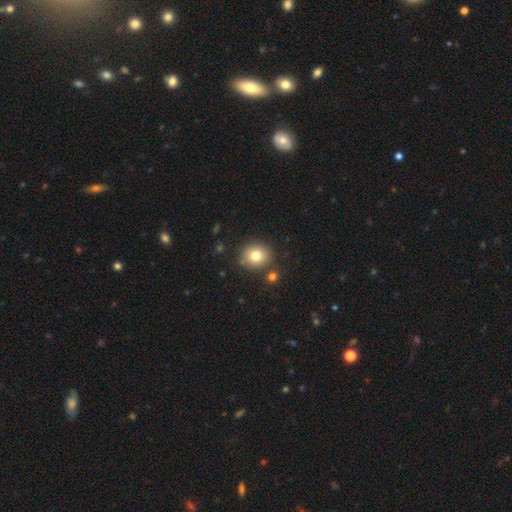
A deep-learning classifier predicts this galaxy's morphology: This is likely a smooth galaxy (78%). How rounded: likely round (80%). Merging: clearly none (82%).